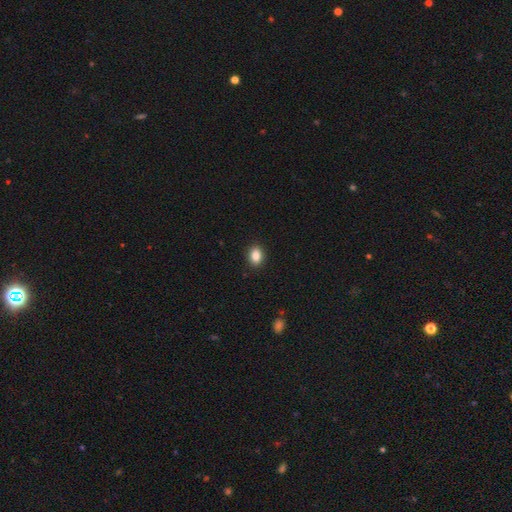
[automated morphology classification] smooth-or-featured: smooth: 86% | star or artifact: 10% | featured or disk: 5%
  how-rounded: in between: 66% | round: 33% | cigar-shaped: 1%
  merging: none: 90% | minor disturbance: 7% | major disturbance: 2% | merger: 1%